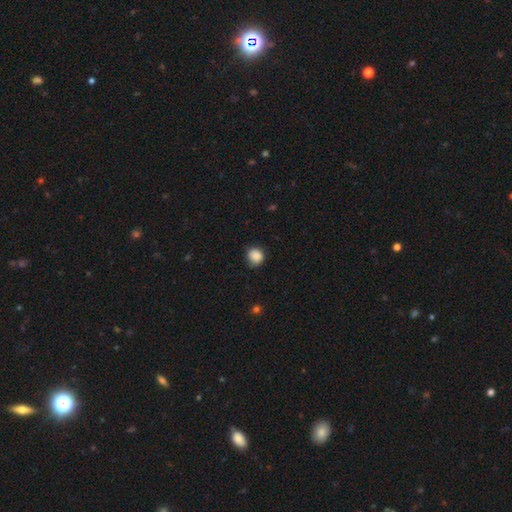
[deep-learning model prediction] smooth 87%, star or artifact 9%, featured or disk 4%. Down the decision tree: how rounded — round (77%); merging — none (72%).